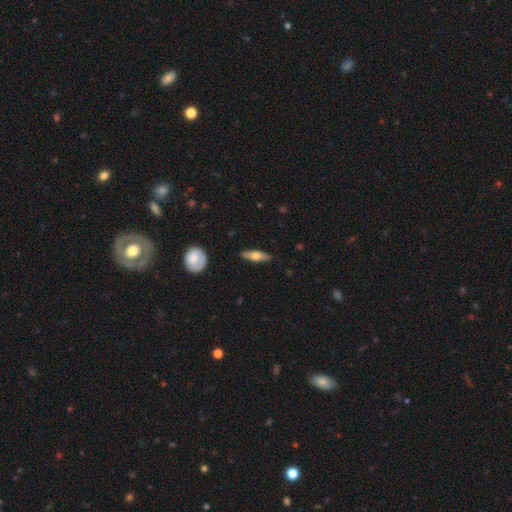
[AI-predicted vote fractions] Smooth or featured: smooth — 54% (featured or disk — 41%)
How rounded: cigar-shaped — 52% (in between — 44%)
Merging: none — 88% (minor disturbance — 9%)